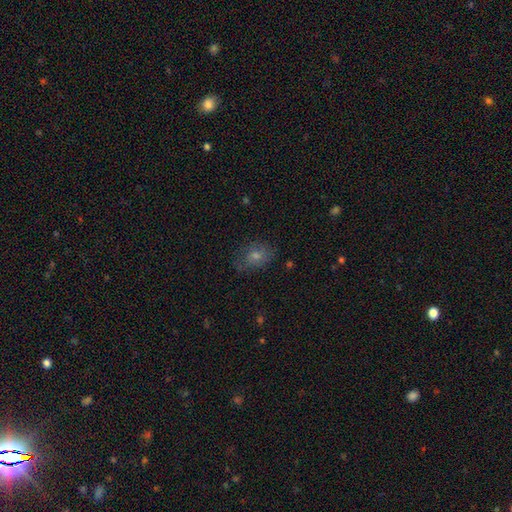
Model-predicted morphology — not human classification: This appears to be a smooth galaxy with no disk features (49%). Merging: none (74%).